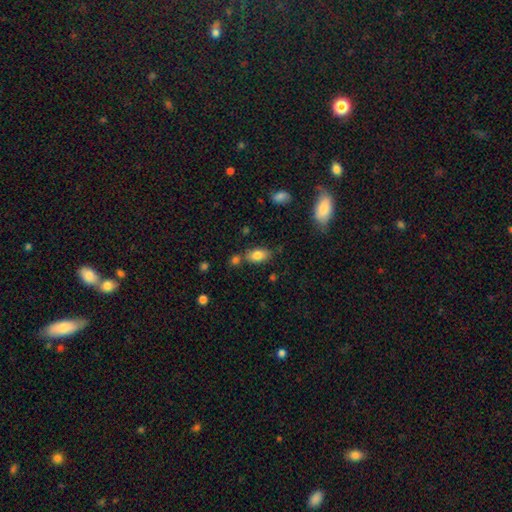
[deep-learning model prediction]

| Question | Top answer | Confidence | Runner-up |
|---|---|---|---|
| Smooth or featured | smooth | 80% | featured or disk (10%) |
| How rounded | in between | 88% | round (8%) |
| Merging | none | 71% | minor disturbance (14%) |